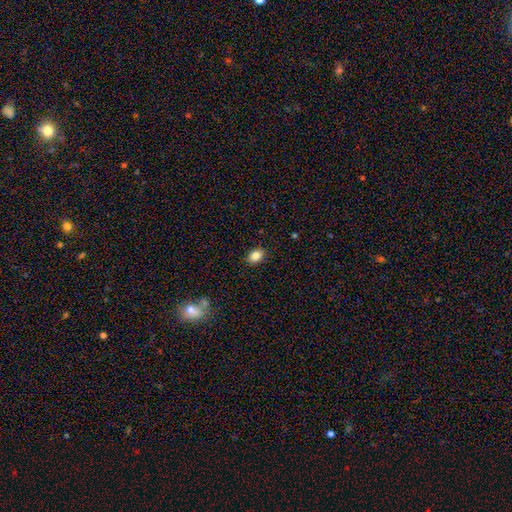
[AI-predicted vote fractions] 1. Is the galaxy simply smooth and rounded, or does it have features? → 85% smooth, 9% star or artifact, 5% featured or disk.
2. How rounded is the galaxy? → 79% in between, 20% round, 1% cigar-shaped.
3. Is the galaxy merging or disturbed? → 88% none, 8% minor disturbance, 2% major disturbance, 1% merger.